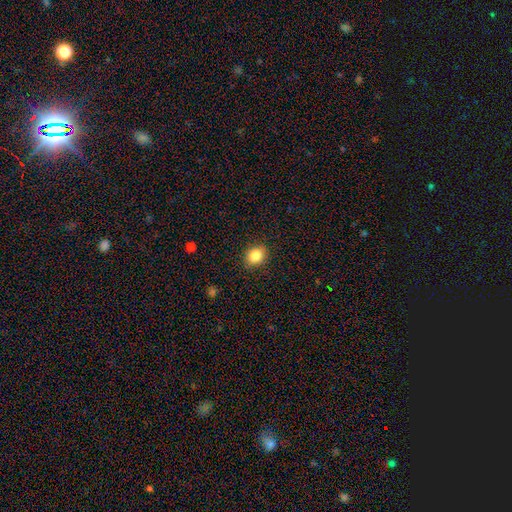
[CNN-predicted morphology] smooth 84%, star or artifact 10%, featured or disk 6%. Down the decision tree: how rounded — round (54%); merging — none (88%).